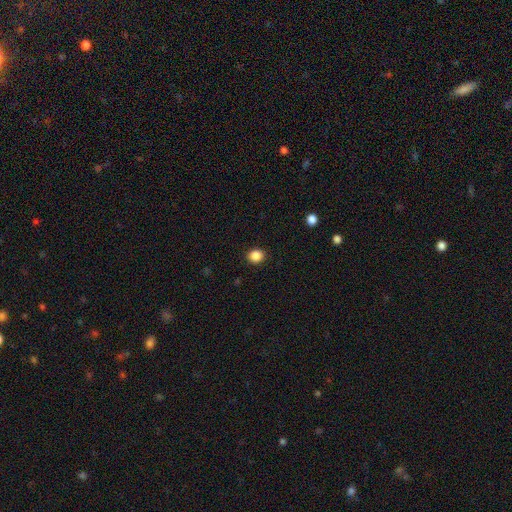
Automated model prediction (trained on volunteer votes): This appears to be a smooth galaxy with no disk features (87%) that is round (75%). Merging: none (91%).